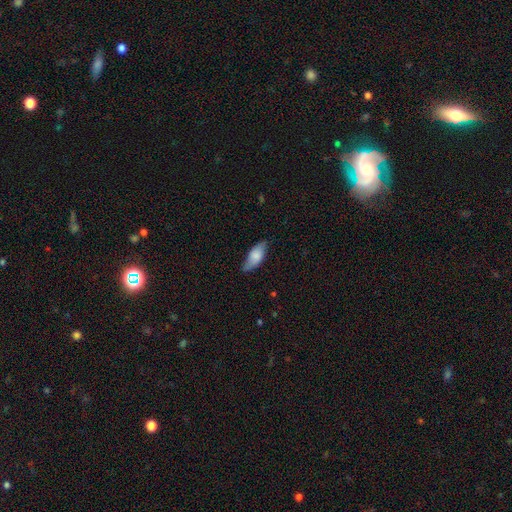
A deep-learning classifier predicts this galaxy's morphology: type=smooth (73%); roundness=in between (78%); merging=none (73%).